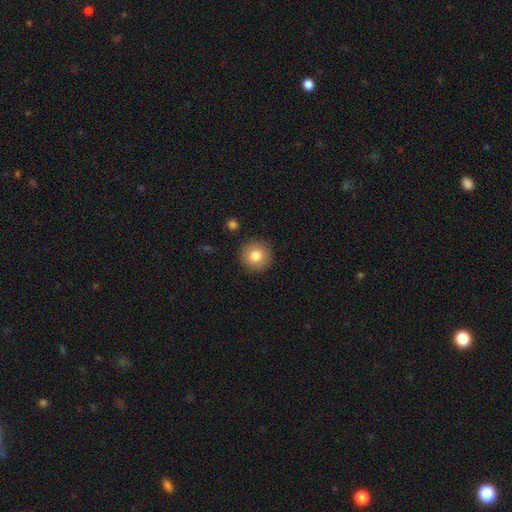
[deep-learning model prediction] smooth 80%, star or artifact 10%, featured or disk 10%. Down the decision tree: how rounded — round (95%); merging — none (91%).